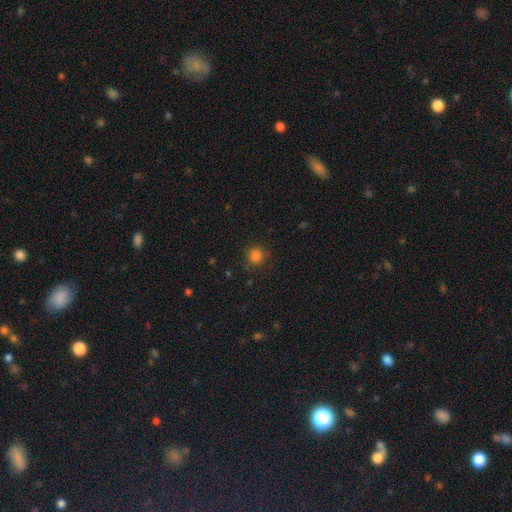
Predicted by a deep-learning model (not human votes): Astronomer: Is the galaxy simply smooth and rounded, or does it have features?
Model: smooth — 83%.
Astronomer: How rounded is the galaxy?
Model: round — 91%.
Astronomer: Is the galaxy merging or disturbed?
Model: none — 86%.